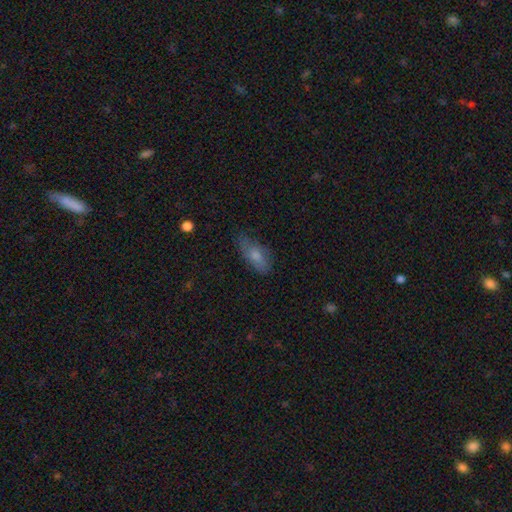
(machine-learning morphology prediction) smooth_or_featured: smooth (p=0.73) [alt: featured or disk p=0.20]
how_rounded: in between (p=0.81) [alt: cigar-shaped p=0.16]
merging: none (p=0.65) [alt: minor disturbance p=0.27]